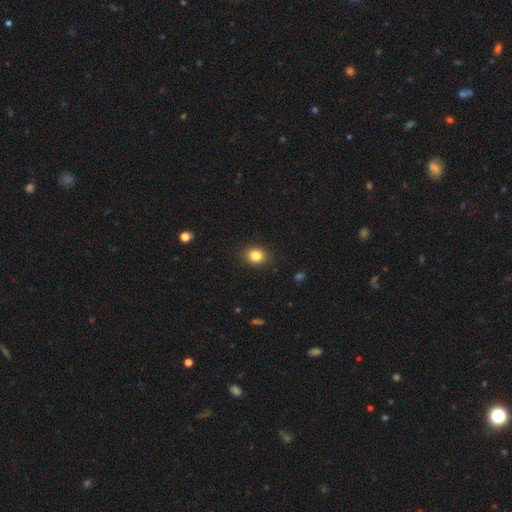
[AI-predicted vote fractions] Smooth or featured?
  - smooth: 83% *
  - star or artifact: 10%
  - featured or disk: 6%
How rounded?
  - round: 61% *
  - in between: 38%
  - cigar-shaped: 1%
Merging?
  - none: 89% *
  - minor disturbance: 8%
  - major disturbance: 2%
  - merger: 1%